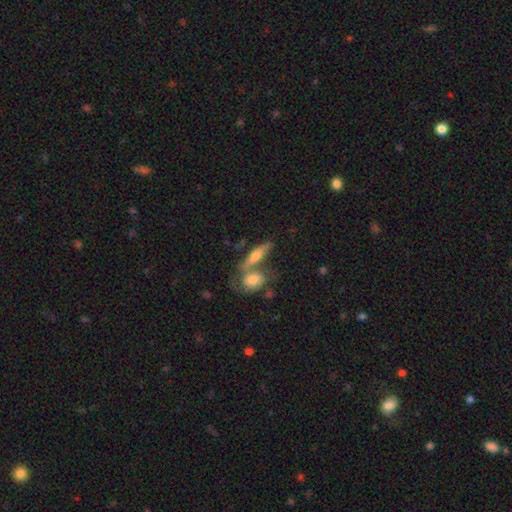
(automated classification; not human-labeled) A smooth galaxy with no disk features (47%).

Vote fractions:
- Smooth or featured? smooth: 47% / featured or disk: 46% / star or artifact: 7%
- Merging? merger: 43% / none: 39% / minor disturbance: 12% / major disturbance: 6%